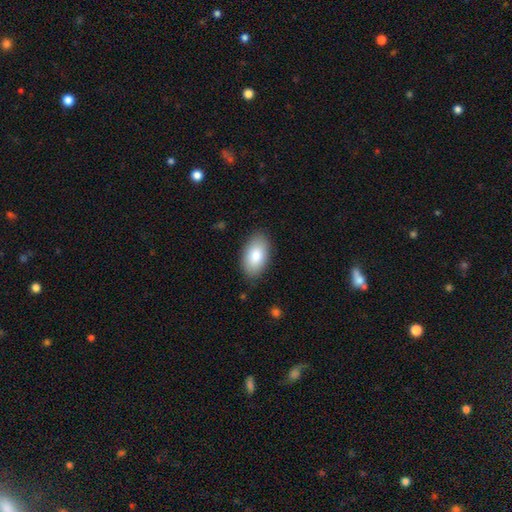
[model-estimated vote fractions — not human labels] Q: Smooth or featured?
A: smooth (83%); runner-up: featured or disk (11%)
Q: How rounded?
A: in between (95%); runner-up: round (4%)
Q: Merging?
A: none (86%); runner-up: minor disturbance (11%)